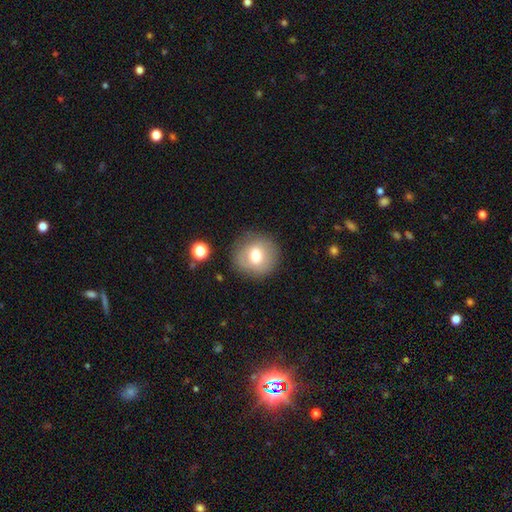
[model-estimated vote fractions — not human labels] smooth_or_featured: smooth (p=0.70) [alt: featured or disk p=0.20]
how_rounded: round (p=0.91) [alt: in between p=0.08]
merging: none (p=0.84) [alt: minor disturbance p=0.11]